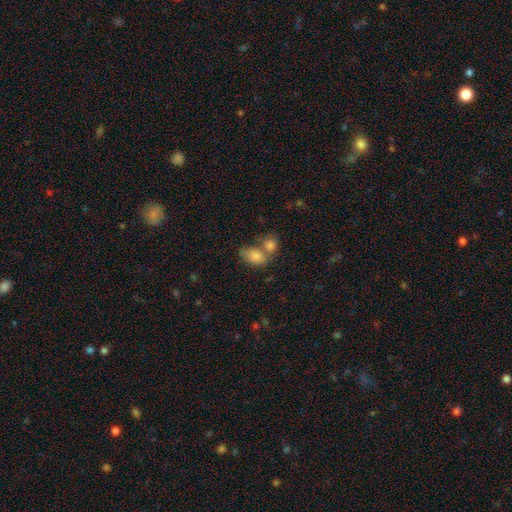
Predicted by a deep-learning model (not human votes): Smooth or featured? Predicted: smooth (p=0.81). How rounded? Predicted: in between (p=0.83). Merging? Predicted: merger (p=0.50).